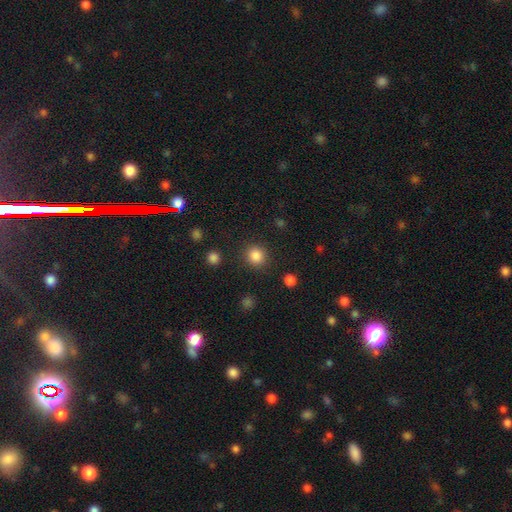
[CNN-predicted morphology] This appears to be a smooth galaxy with no disk features (85%) that is round (91%). Merging: none (89%).